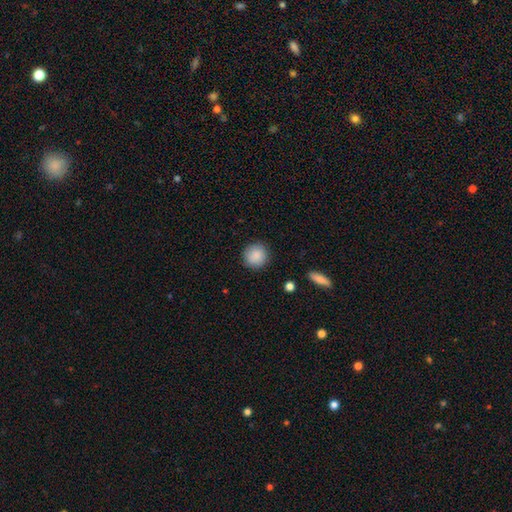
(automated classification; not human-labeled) smooth_or_featured: smooth (p=0.88) [alt: star or artifact p=0.07]
how_rounded: round (p=0.92) [alt: in between p=0.07]
merging: none (p=0.90) [alt: minor disturbance p=0.07]